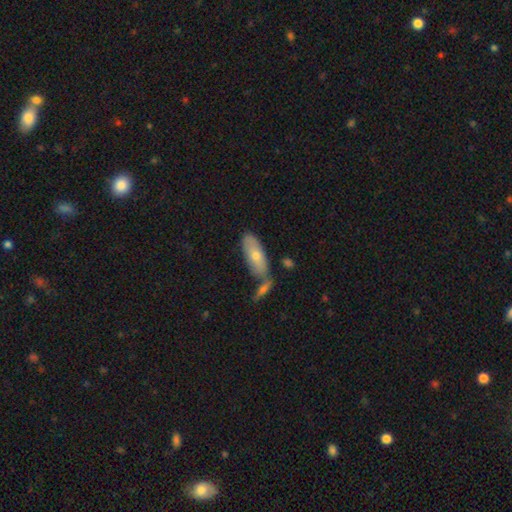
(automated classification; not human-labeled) smooth 63%, featured or disk 31%, star or artifact 7%. Down the decision tree: how rounded — in between (75%); merging — none (56%).